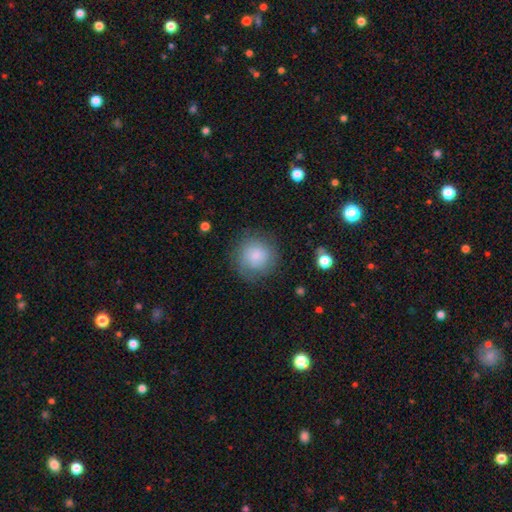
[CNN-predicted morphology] type=smooth (78%); roundness=round (92%); merging=none (78%).